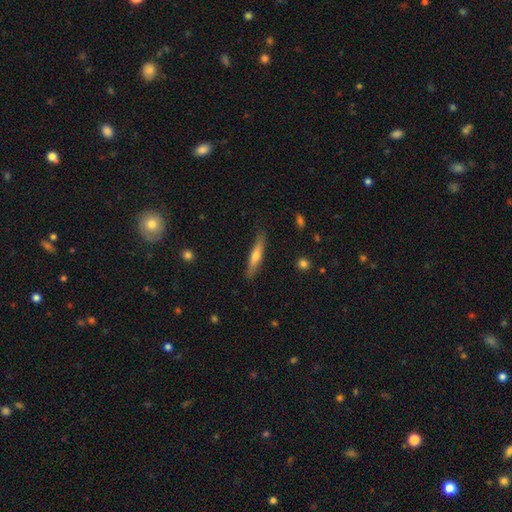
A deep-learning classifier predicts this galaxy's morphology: smooth 56%, featured or disk 38%, star or artifact 6%. Down the decision tree: how rounded — cigar-shaped (87%); merging — none (83%).